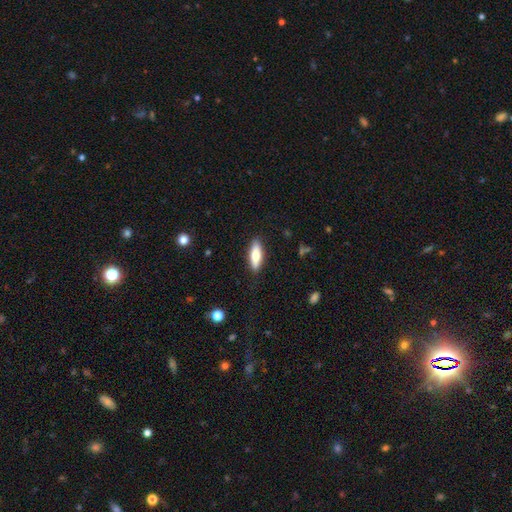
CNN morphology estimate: Smooth or featured? Predicted: smooth (p=0.68). How rounded? Predicted: in between (p=0.60). Merging? Predicted: none (p=0.87).